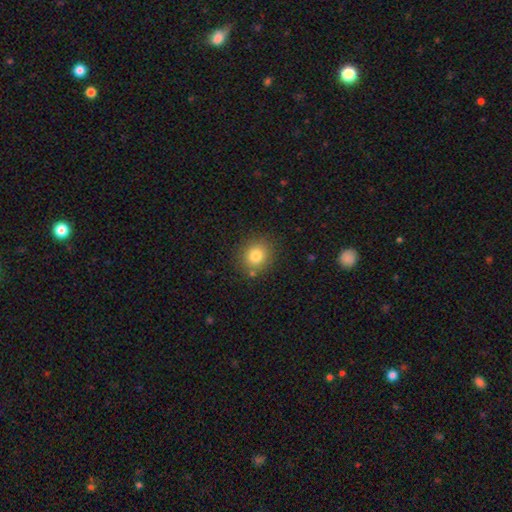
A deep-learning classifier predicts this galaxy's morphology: smooth_or_featured: smooth (p=0.80) [alt: star or artifact p=0.12]
how_rounded: round (p=0.81) [alt: in between p=0.18]
merging: none (p=0.84) [alt: minor disturbance p=0.09]